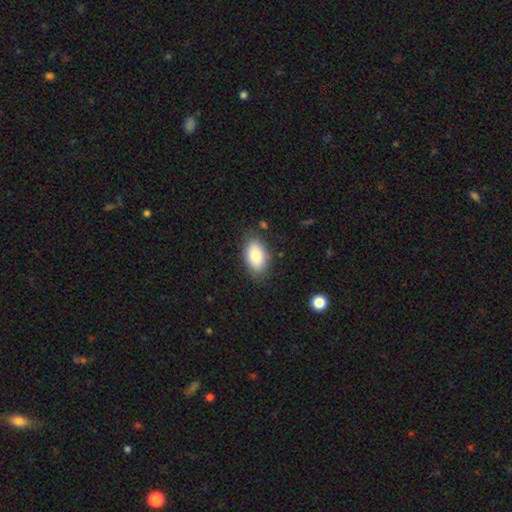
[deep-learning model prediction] Smooth or featured?
  - smooth: 83% *
  - featured or disk: 10%
  - star or artifact: 7%
How rounded?
  - in between: 92% *
  - round: 7%
  - cigar-shaped: 2%
Merging?
  - none: 82% *
  - minor disturbance: 13%
  - major disturbance: 3%
  - merger: 2%